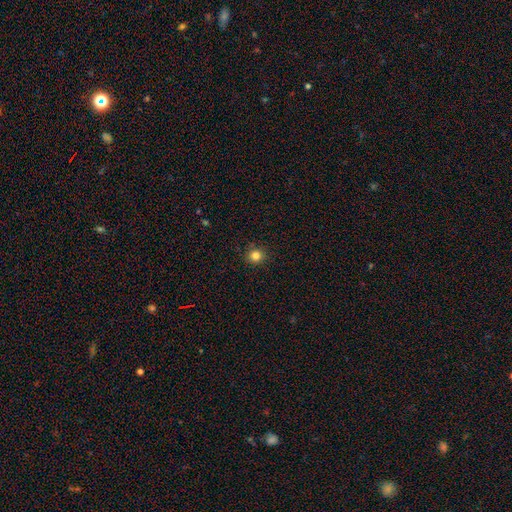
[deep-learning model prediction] A smooth galaxy with no disk features (82%) that is round (92%). Merging: none (91%).